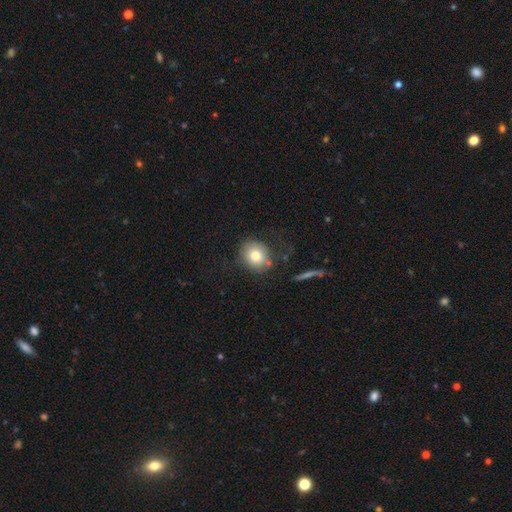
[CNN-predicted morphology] The model was most divided on "how rounded": round: 78%, in between: 21%, cigar-shaped: 1%. More confident: smooth or featured — smooth (78%); merging — none (74%).